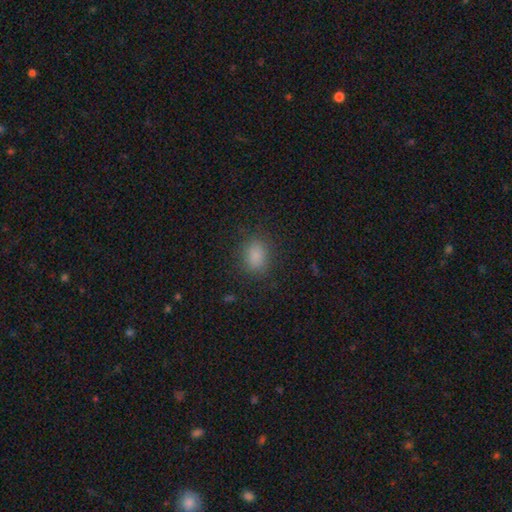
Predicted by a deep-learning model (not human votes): Q: Smooth or featured?
A: smooth (85%); runner-up: star or artifact (11%)
Q: How rounded?
A: in between (61%); runner-up: round (38%)
Q: Merging?
A: none (84%); runner-up: minor disturbance (11%)